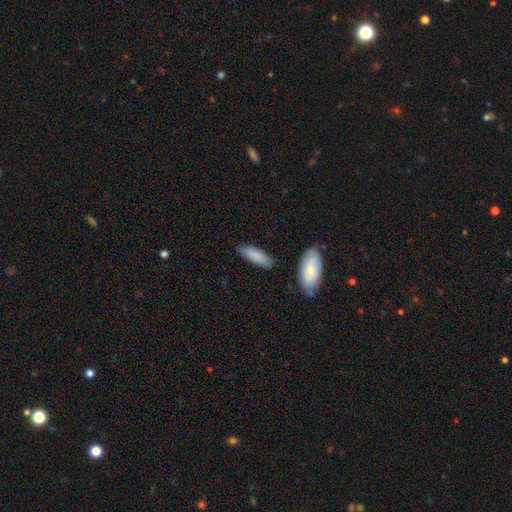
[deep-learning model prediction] Smooth or featured? smooth (84%)
How rounded? in between (56%)
Merging? none (76%)